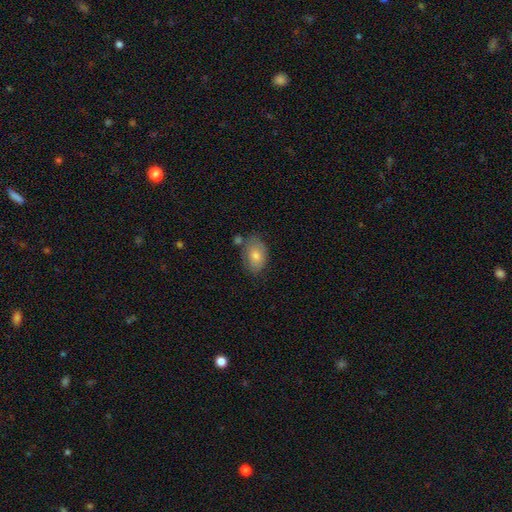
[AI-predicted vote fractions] smooth_or_featured: smooth (p=0.72) [alt: featured or disk p=0.19]
how_rounded: in between (p=0.85) [alt: round p=0.14]
merging: none (p=0.67) [alt: minor disturbance p=0.20]